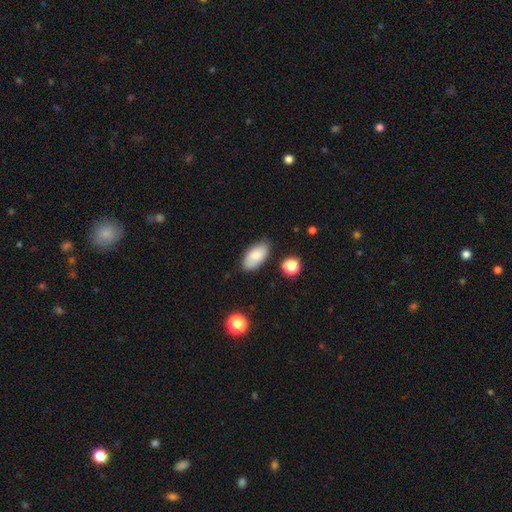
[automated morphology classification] type=smooth (80%); roundness=in between (94%); merging=none (80%).